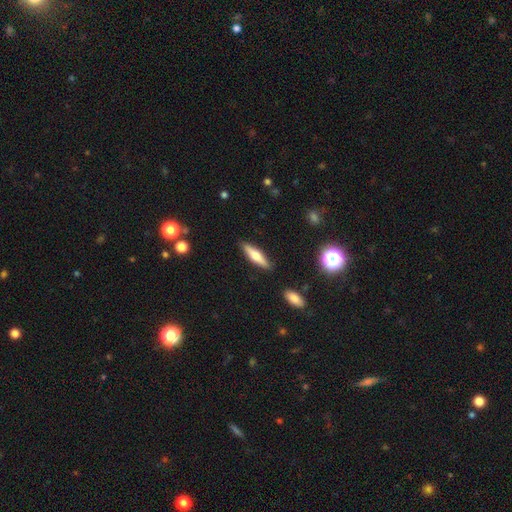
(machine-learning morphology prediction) The model was most divided on "smooth or featured": smooth: 52%, featured or disk: 41%, star or artifact: 7%. More confident: merging — none (88%); how rounded — cigar-shaped (71%).